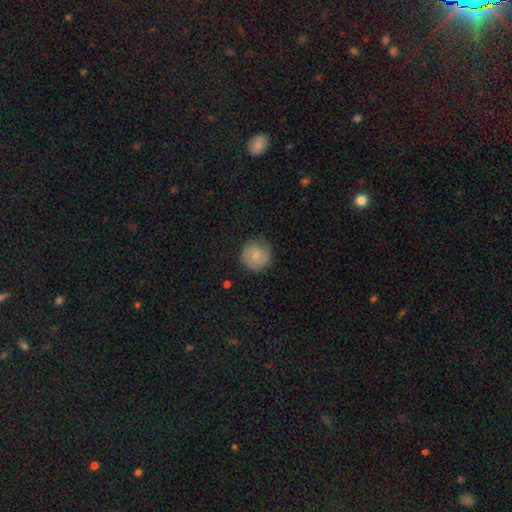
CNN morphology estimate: type=smooth (58%); roundness=round (90%); merging=none (72%).